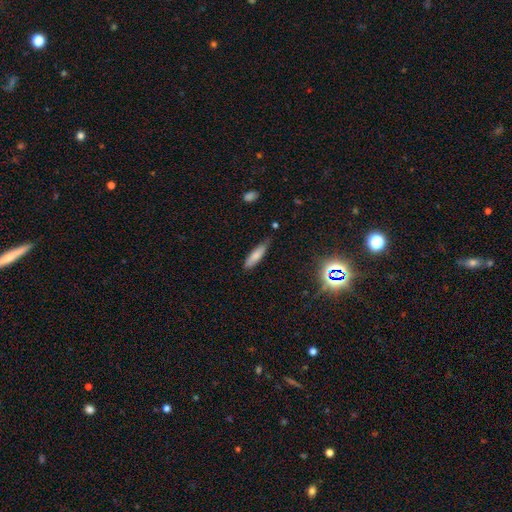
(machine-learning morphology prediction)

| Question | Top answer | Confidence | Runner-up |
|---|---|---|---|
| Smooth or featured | smooth | 75% | featured or disk (16%) |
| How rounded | cigar-shaped | 69% | in between (29%) |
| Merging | none | 74% | minor disturbance (21%) |